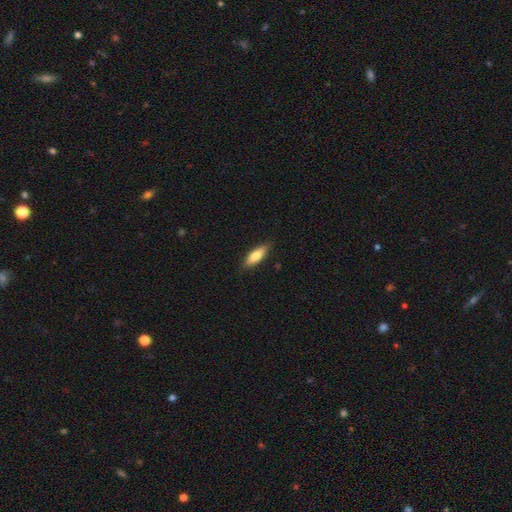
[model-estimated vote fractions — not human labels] This is likely a smooth galaxy (74%). How rounded: possibly in between (56%). Merging: clearly none (86%).